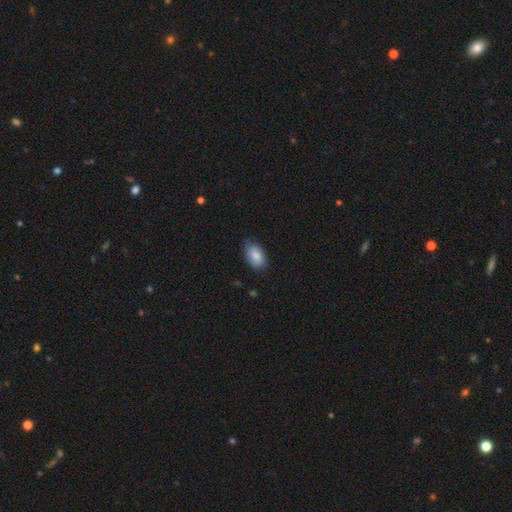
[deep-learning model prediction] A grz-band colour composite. It shows a smooth galaxy with no disk features (81%) that is in between round and cigar-shaped (90%). Merging: none (71%).